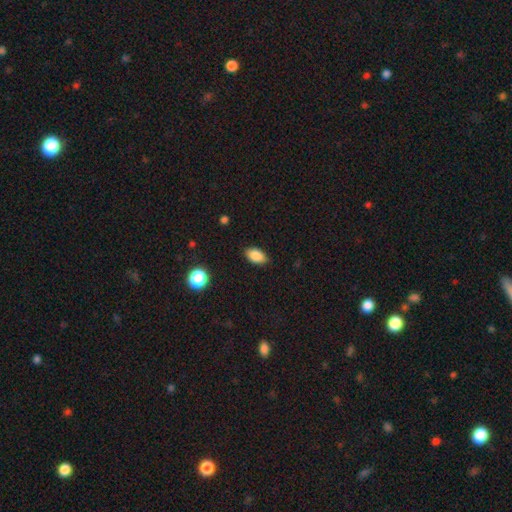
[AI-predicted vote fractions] A smooth galaxy with no disk features (87%) that is in between round and cigar-shaped (91%).

Vote fractions:
- Smooth or featured? smooth: 87% / star or artifact: 9% / featured or disk: 5%
- How rounded? in between: 91% / round: 8% / cigar-shaped: 2%
- Merging? none: 86% / minor disturbance: 11% / major disturbance: 2% / merger: 1%